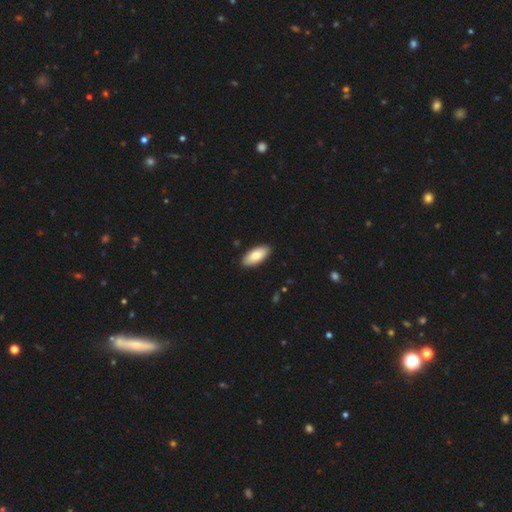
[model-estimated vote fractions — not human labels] Overall: smooth (77%). How rounded: in between (90%). Merging: none (91%).